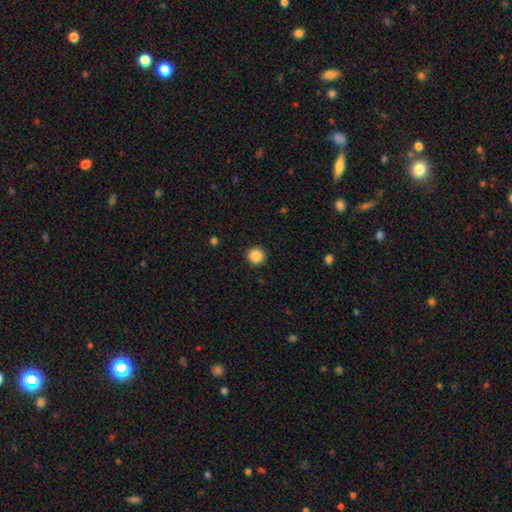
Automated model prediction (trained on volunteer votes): This is clearly a smooth galaxy (87%). How rounded: clearly round (95%). Merging: clearly none (92%).